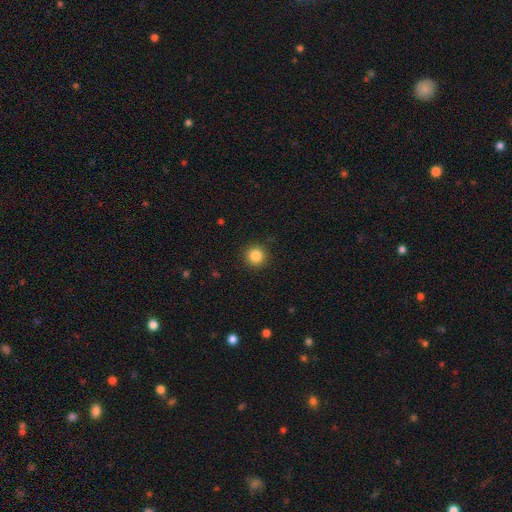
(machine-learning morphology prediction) Q: Smooth or featured?
A: smooth (85%); runner-up: star or artifact (11%)
Q: How rounded?
A: round (95%); runner-up: in between (4%)
Q: Merging?
A: none (91%); runner-up: minor disturbance (6%)